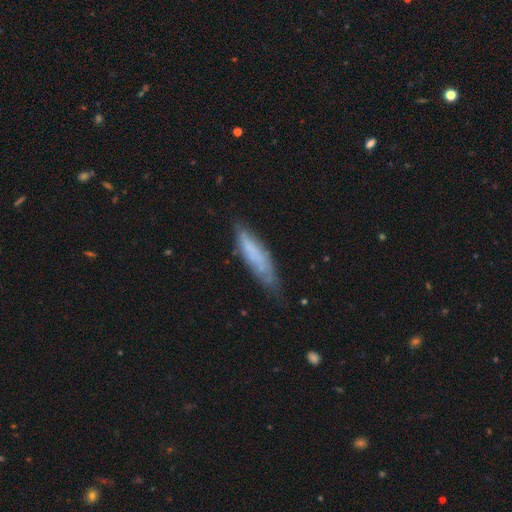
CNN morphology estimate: smooth 61%, featured or disk 30%, star or artifact 8%. Down the decision tree: how rounded — cigar-shaped (75%); merging — none (62%).